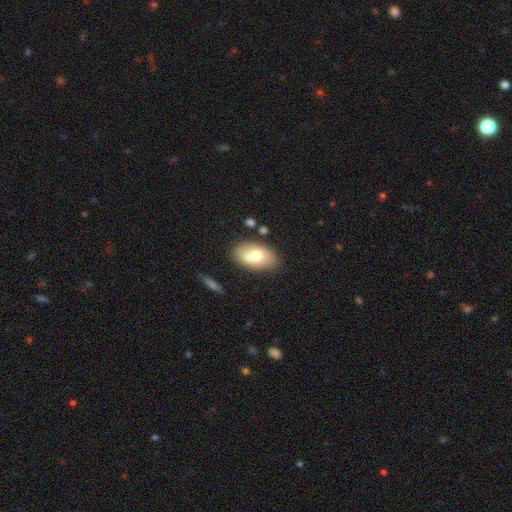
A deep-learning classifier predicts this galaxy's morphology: type=smooth (64%); roundness=in between (88%); merging=none (64%).